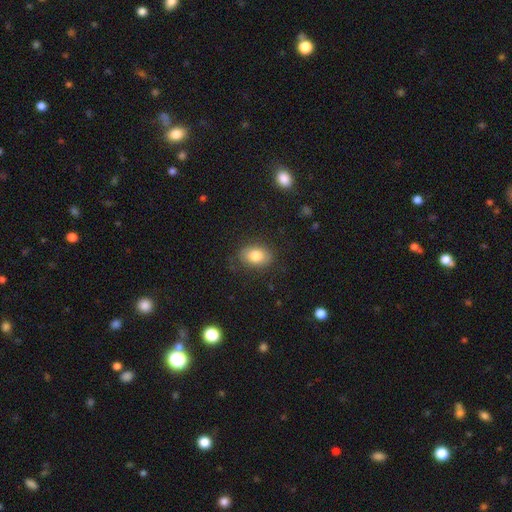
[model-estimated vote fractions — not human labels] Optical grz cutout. It shows a smooth galaxy with no disk features (80%) that is in between round and cigar-shaped (78%). Merging: none (83%).